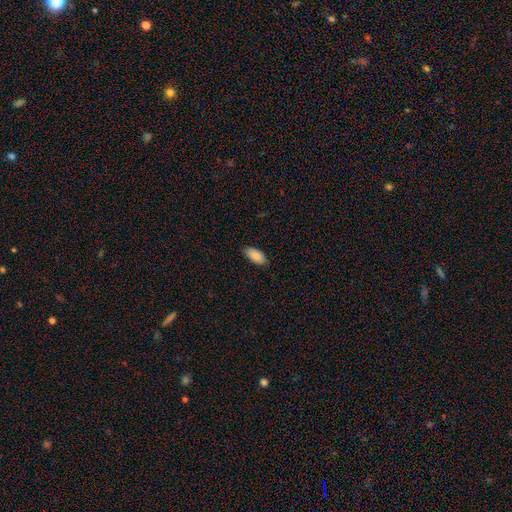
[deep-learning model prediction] Overall: smooth (86%). How rounded: in between (92%). Merging: none (84%).